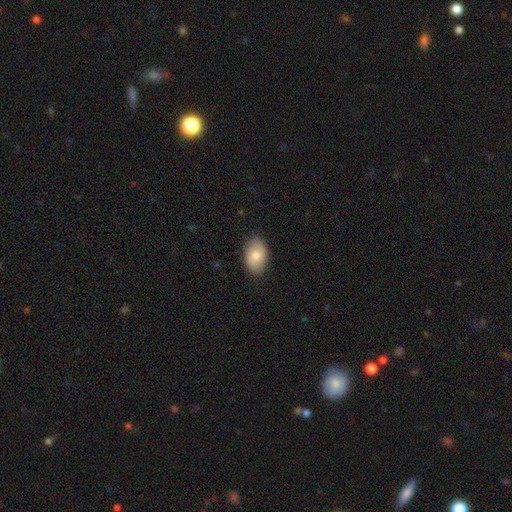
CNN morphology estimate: smooth 79%, featured or disk 15%, star or artifact 6%. Down the decision tree: how rounded — in between (91%); merging — none (85%).